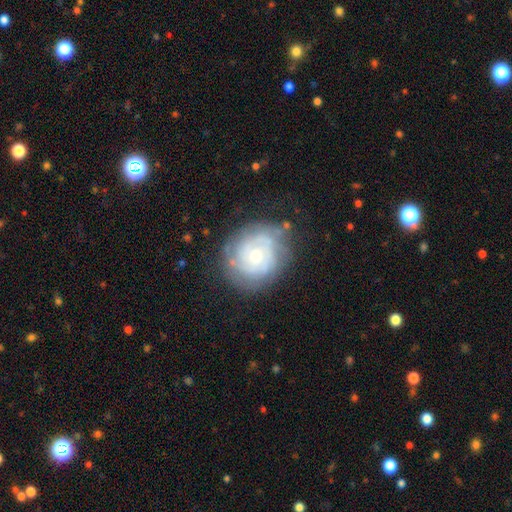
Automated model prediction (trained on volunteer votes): A featured or disk galaxy (75%) with no bar (75%), tight (74%) spiral arms (88%) and a moderate central bulge (46%). Merging: none (73%).